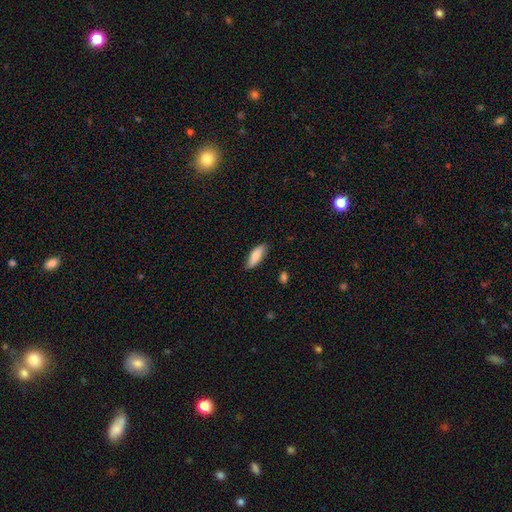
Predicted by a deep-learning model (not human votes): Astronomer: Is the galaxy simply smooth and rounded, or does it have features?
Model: smooth — 83%.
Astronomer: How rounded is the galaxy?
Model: in between — 66%.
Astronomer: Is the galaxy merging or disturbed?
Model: none — 81%.